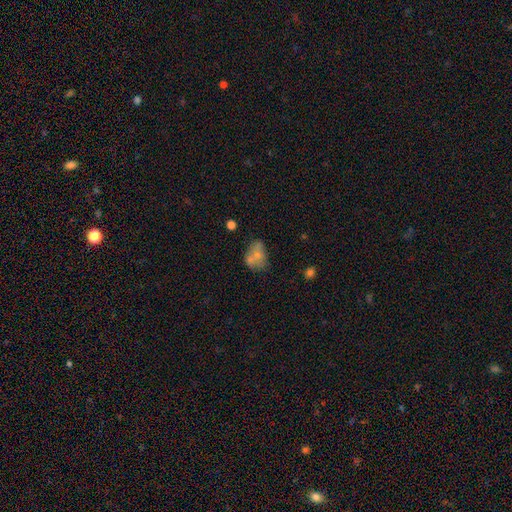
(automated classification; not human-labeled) Smooth or featured? Predicted: smooth (p=0.61). How rounded? Predicted: in between (p=0.70). Merging? Predicted: merger (p=0.36).